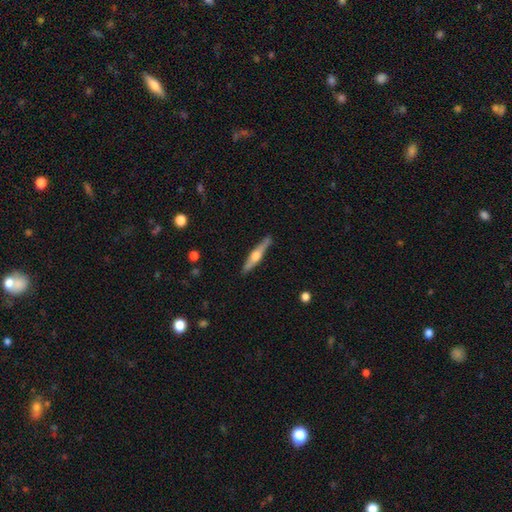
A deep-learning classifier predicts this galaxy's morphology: Smooth or featured: featured or disk — 64% (smooth — 30%)
Edge-on disk: yes — 96% (no — 4%)
Edge-on bulge: rounded — 92% (boxy — 5%)
Merging: none — 88% (minor disturbance — 9%)